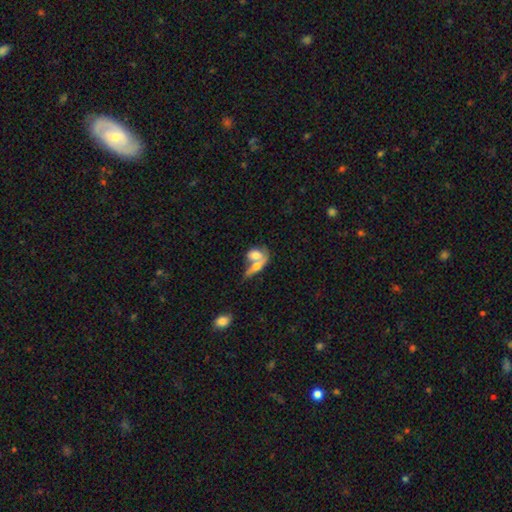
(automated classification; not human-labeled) A smooth galaxy with no disk features (60%) that is in between round and cigar-shaped (75%). Merging: merger (68%).